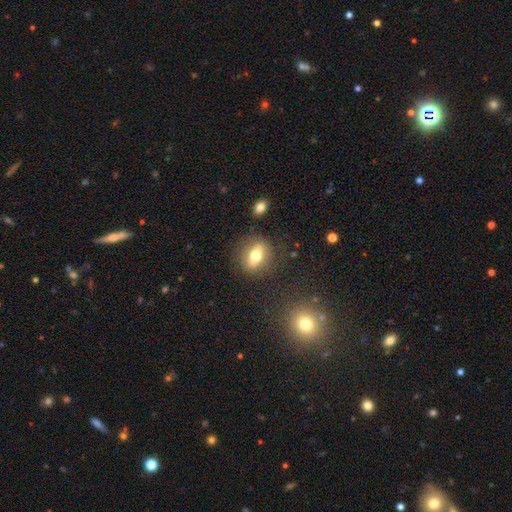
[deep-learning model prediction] Smooth or featured: smooth — 59% (featured or disk — 32%)
How rounded: in between — 63% (round — 26%)
Merging: none — 81% (minor disturbance — 12%)